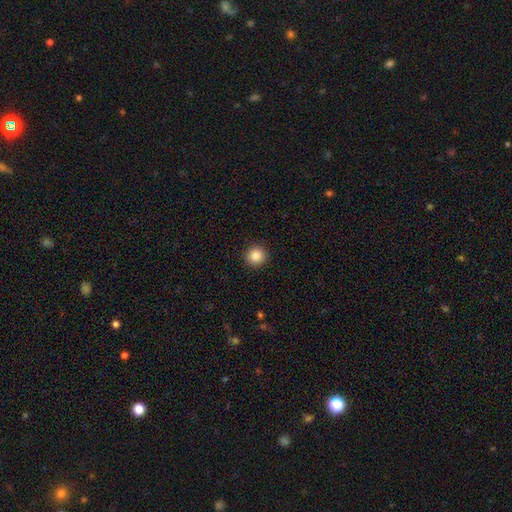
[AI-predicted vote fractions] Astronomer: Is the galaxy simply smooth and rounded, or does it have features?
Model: smooth — 87%.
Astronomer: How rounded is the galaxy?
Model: round — 93%.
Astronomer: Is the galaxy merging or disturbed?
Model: none — 92%.